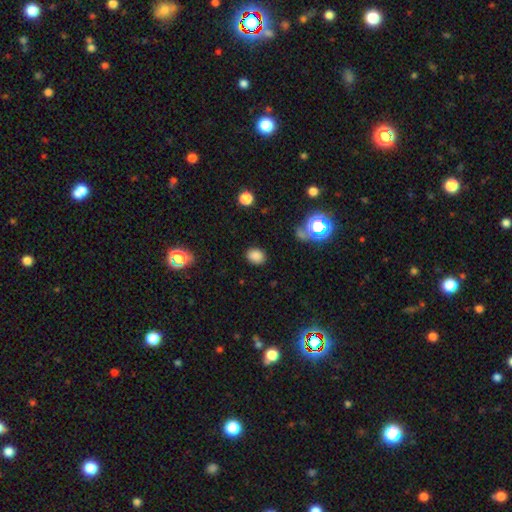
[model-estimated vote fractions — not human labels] A smooth galaxy with no disk features (82%) that is in between round and cigar-shaped (54%).

Vote fractions:
- Smooth or featured? smooth: 82% / star or artifact: 14% / featured or disk: 4%
- How rounded? in between: 54% / round: 45% / cigar-shaped: 1%
- Merging? none: 85% / minor disturbance: 10% / major disturbance: 3% / merger: 2%